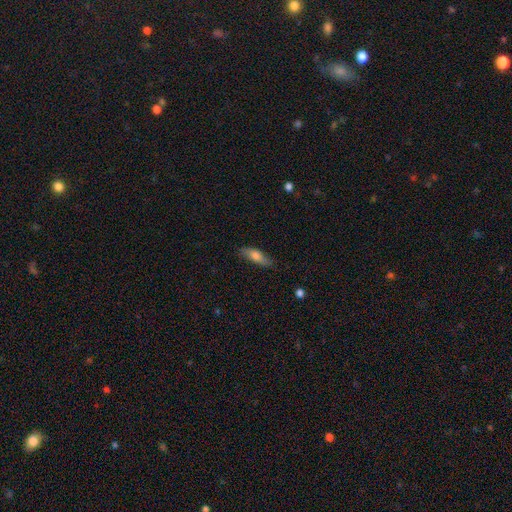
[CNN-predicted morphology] type=smooth (67%); roundness=cigar-shaped (49%); merging=none (81%).